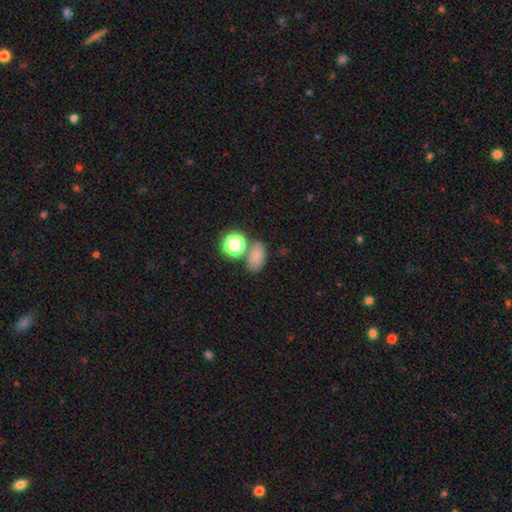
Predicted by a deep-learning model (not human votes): Smooth or featured: smooth — 77% (star or artifact — 15%)
How rounded: in between — 79% (round — 19%)
Merging: none — 68% (merger — 16%)